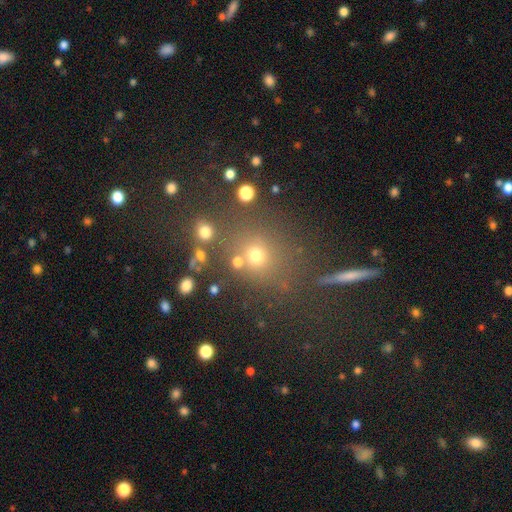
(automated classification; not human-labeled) Smooth or featured? Predicted: smooth (p=0.65). How rounded? Predicted: round (p=0.80). Merging? Predicted: none (p=0.69).